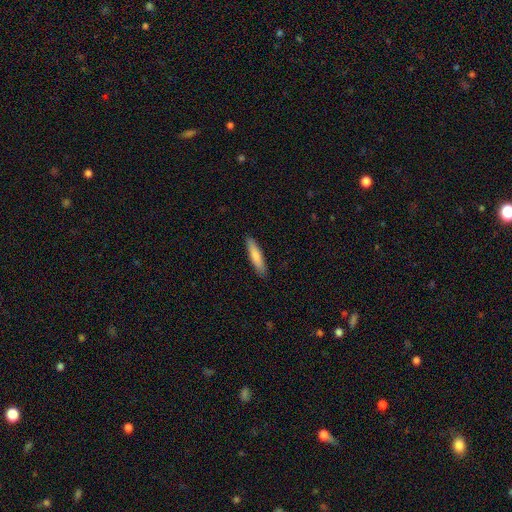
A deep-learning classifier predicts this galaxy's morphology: Smooth or featured? Predicted: smooth (p=0.80). How rounded? Predicted: cigar-shaped (p=0.82). Merging? Predicted: none (p=0.89).